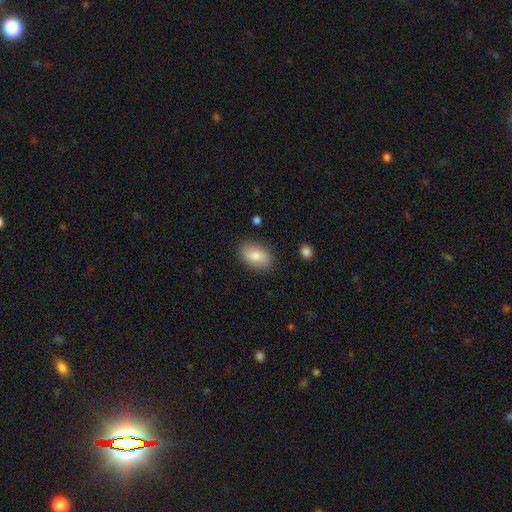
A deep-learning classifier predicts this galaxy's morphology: Overall: smooth (80%). How rounded: in between (90%). Merging: none (85%).